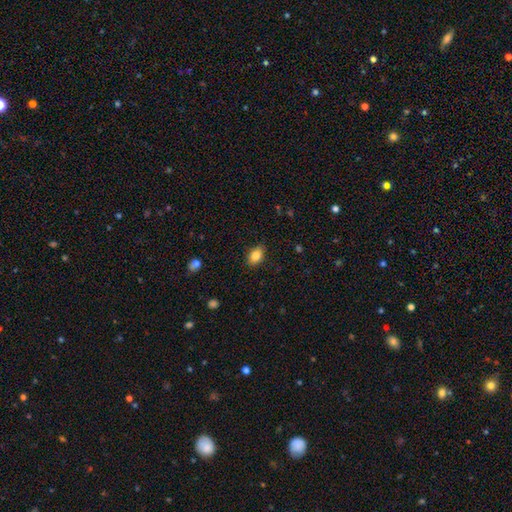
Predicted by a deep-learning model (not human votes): A smooth galaxy with no disk features (85%) that is in between round and cigar-shaped (79%).

Vote fractions:
- Smooth or featured? smooth: 85% / star or artifact: 9% / featured or disk: 6%
- How rounded? in between: 79% / round: 19% / cigar-shaped: 1%
- Merging? none: 85% / minor disturbance: 12% / major disturbance: 2% / merger: 1%